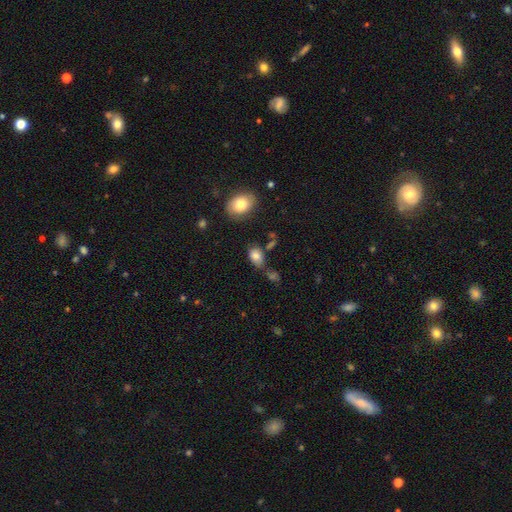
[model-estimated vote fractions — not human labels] This appears to be a smooth galaxy with no disk features (82%) that is in between round and cigar-shaped (86%). Merging: none (57%).